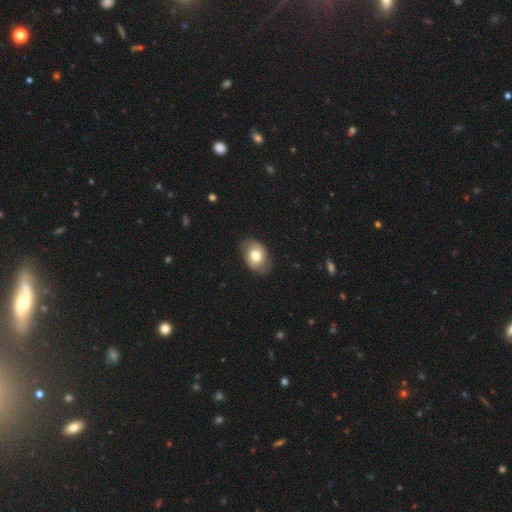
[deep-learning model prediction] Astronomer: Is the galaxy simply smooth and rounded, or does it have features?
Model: smooth — 71%.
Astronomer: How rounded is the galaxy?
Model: in between — 74%.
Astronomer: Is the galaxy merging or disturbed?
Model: none — 76%.